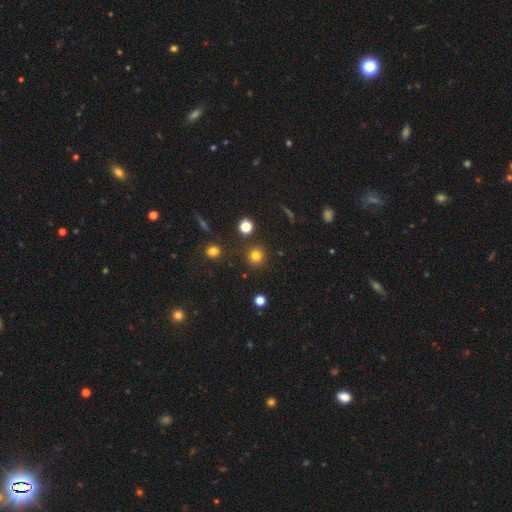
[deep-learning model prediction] Morphology: type=smooth (78%); roundness=round (94%); merging=none (88%).